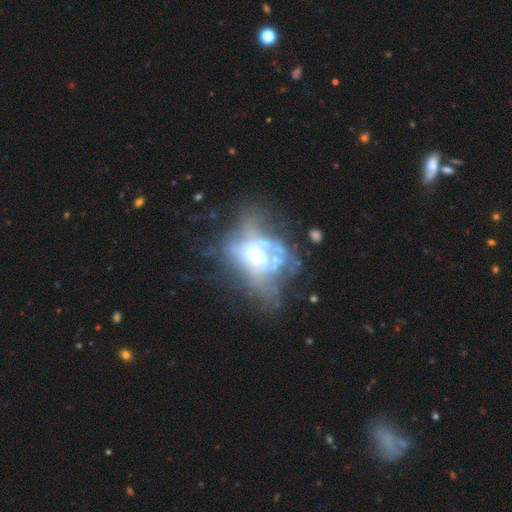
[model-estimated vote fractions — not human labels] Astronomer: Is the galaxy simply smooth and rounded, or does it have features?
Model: featured or disk — 66%.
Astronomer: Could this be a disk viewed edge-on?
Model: no — 88%.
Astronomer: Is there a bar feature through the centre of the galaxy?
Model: no — 76%.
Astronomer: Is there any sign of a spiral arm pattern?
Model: no — 76%.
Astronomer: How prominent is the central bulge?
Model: moderate — 60%.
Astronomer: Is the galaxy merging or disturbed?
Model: major disturbance — 40% (runner-up: none, 29%).